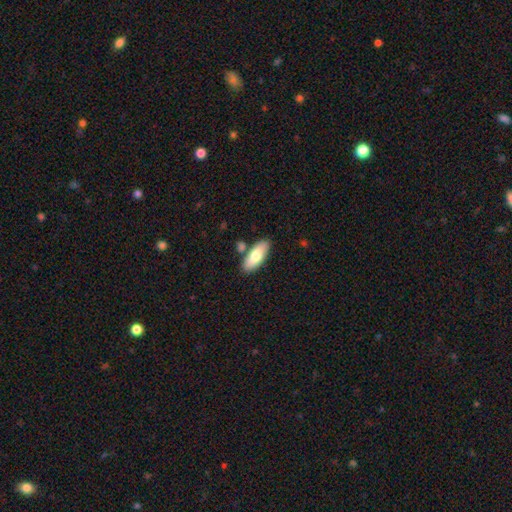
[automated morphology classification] Smooth or featured?
  - smooth: 75% *
  - featured or disk: 19%
  - star or artifact: 6%
How rounded?
  - in between: 80% *
  - cigar-shaped: 17%
  - round: 2%
Merging?
  - none: 79% *
  - minor disturbance: 11%
  - merger: 9%
  - major disturbance: 2%